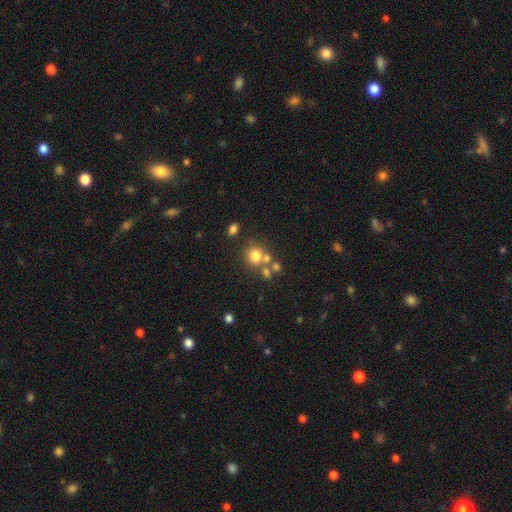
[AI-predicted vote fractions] A smooth galaxy with no disk features (73%) that is round (85%). Merging: none (59%).